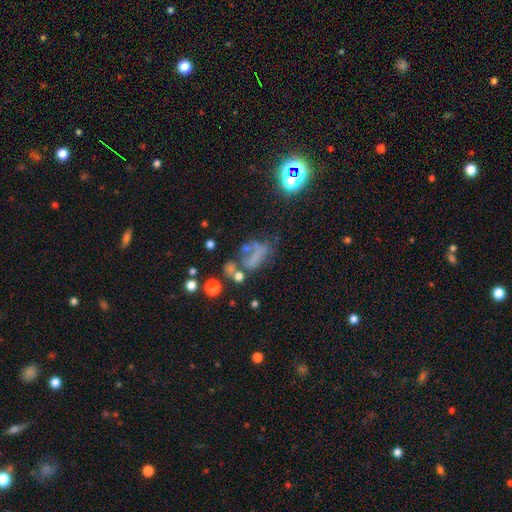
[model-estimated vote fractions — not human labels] smooth_or_featured: featured or disk (p=0.38) [alt: star or artifact p=0.31]
merging: major disturbance (p=0.33) [alt: none p=0.31]